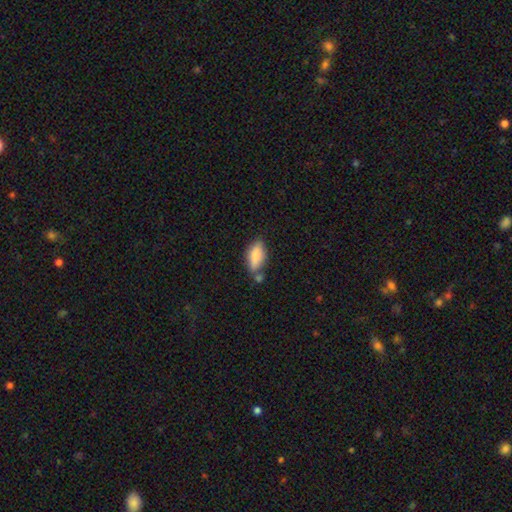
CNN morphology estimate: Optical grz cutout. It shows a smooth galaxy with no disk features (82%) that is in between round and cigar-shaped (82%). Merging: none (57%).